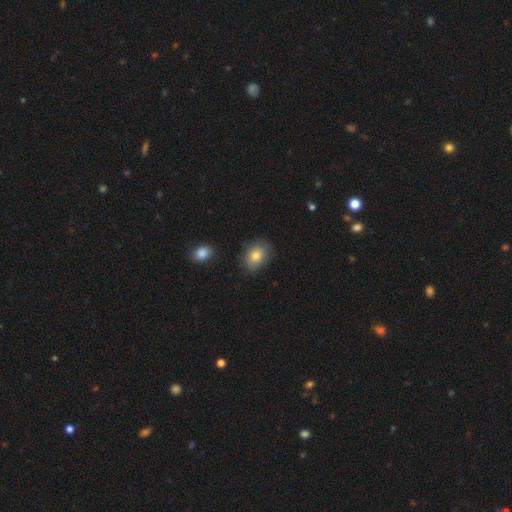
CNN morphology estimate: This is clearly a smooth galaxy (80%). How rounded: likely in between (63%). Merging: clearly none (80%).